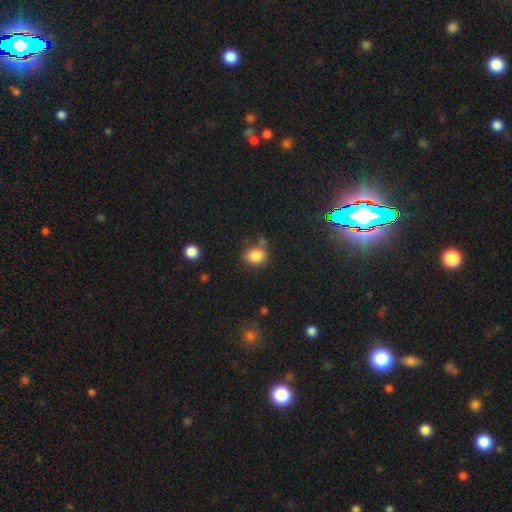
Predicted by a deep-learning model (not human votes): smooth_or_featured: smooth (p=0.84) [alt: star or artifact p=0.11]
how_rounded: round (p=0.61) [alt: in between p=0.38]
merging: none (p=0.66) [alt: minor disturbance p=0.18]